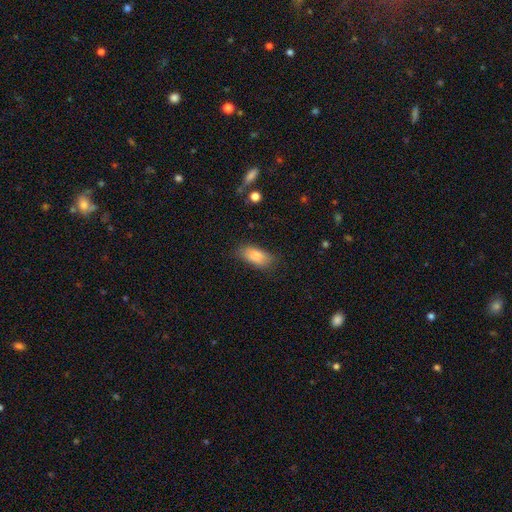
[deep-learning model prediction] smooth-or-featured: smooth: 84% | featured or disk: 9% | star or artifact: 7%
  how-rounded: in between: 88% | cigar-shaped: 9% | round: 3%
  merging: none: 75% | minor disturbance: 18% | major disturbance: 5% | merger: 2%